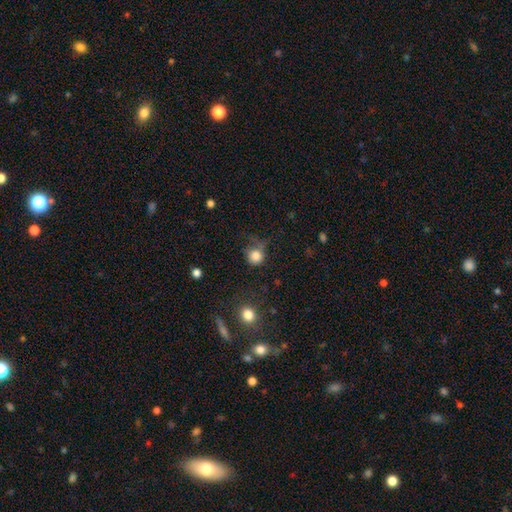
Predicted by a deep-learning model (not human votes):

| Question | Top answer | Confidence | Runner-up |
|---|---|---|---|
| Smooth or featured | smooth | 82% | star or artifact (11%) |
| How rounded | round | 89% | in between (10%) |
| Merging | none | 56% | minor disturbance (24%) |